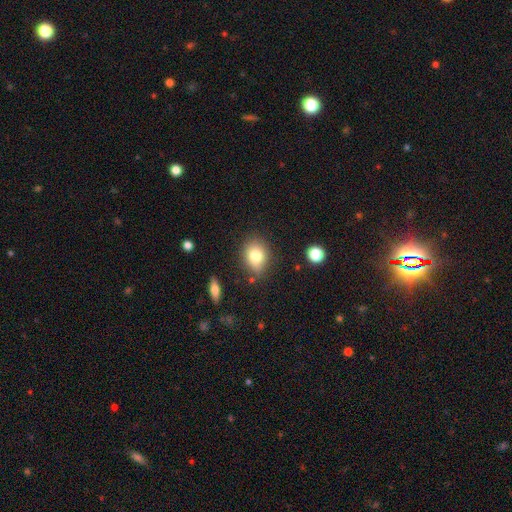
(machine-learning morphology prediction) This is likely a smooth galaxy (78%). How rounded: possibly in between (55%). Merging: likely none (76%).